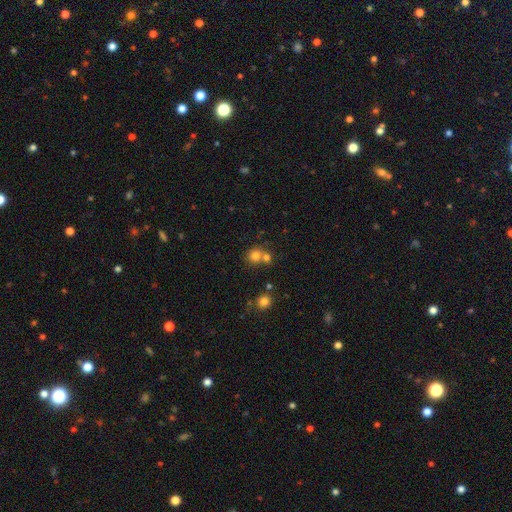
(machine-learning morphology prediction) smooth_or_featured: smooth (p=0.75) [alt: star or artifact p=0.15]
how_rounded: round (p=0.85) [alt: in between p=0.14]
merging: none (p=0.49) [alt: merger p=0.41]